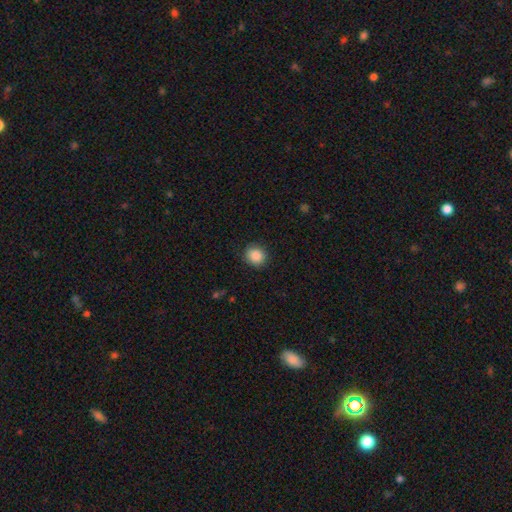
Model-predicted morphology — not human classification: Smooth or featured?
  - smooth: 88% *
  - star or artifact: 9%
  - featured or disk: 3%
How rounded?
  - round: 85% *
  - in between: 14%
  - cigar-shaped: 1%
Merging?
  - none: 88% *
  - minor disturbance: 9%
  - major disturbance: 2%
  - merger: 1%